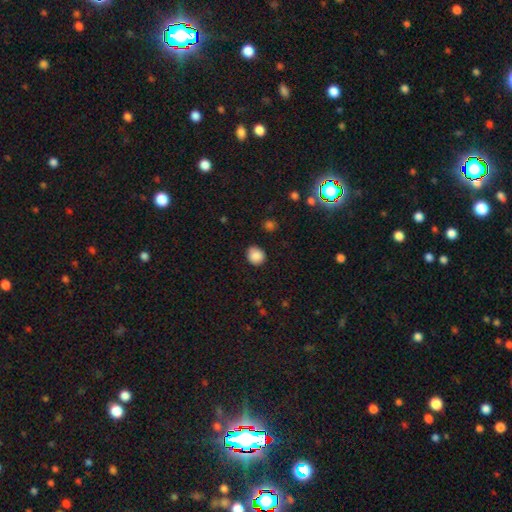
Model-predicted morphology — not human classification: This appears to be a smooth galaxy with no disk features (88%) that is round (80%). Merging: none (86%).